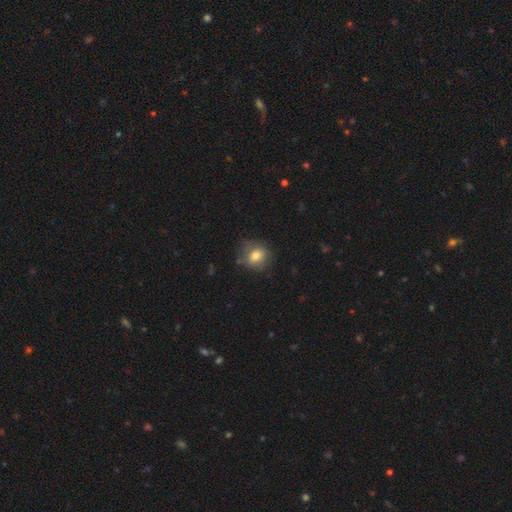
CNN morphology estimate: Smooth or featured? Predicted: smooth (p=0.74). How rounded? Predicted: round (p=0.69). Merging? Predicted: none (p=0.65).